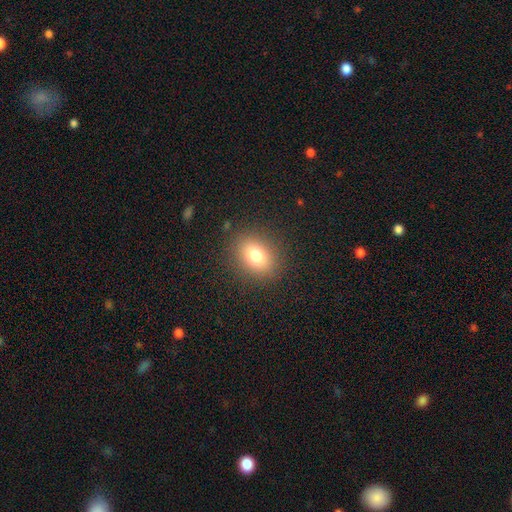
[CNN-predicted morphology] A smooth galaxy with no disk features (79%) that is in between round and cigar-shaped (53%). Merging: none (87%).